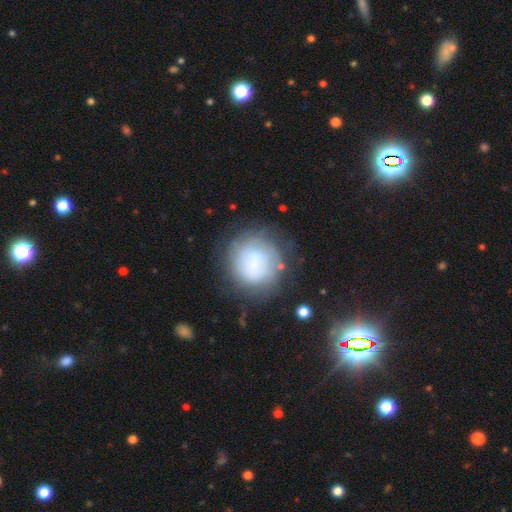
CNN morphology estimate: Overall: smooth (54%; featured or disk 36%). How rounded: round (86%). Merging: none (61%).